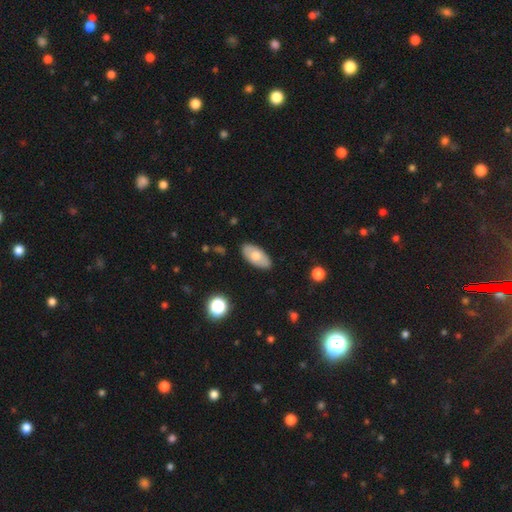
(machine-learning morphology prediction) Smooth or featured? Predicted: smooth (p=0.65). How rounded? Predicted: in between (p=0.92). Merging? Predicted: none (p=0.85).